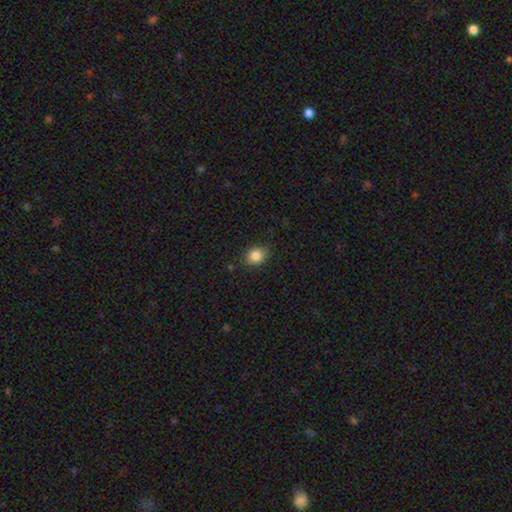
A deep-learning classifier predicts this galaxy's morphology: A smooth galaxy with no disk features (85%) that is round (58%). Merging: none (81%).